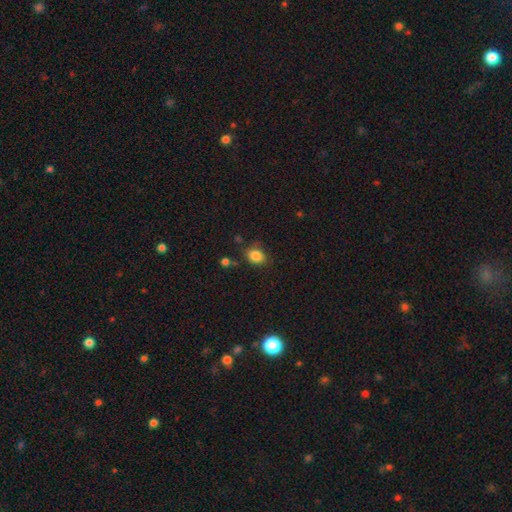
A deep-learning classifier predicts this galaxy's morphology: Smooth or featured: smooth — 84% (star or artifact — 10%)
How rounded: in between — 58% (round — 41%)
Merging: none — 72% (minor disturbance — 18%)